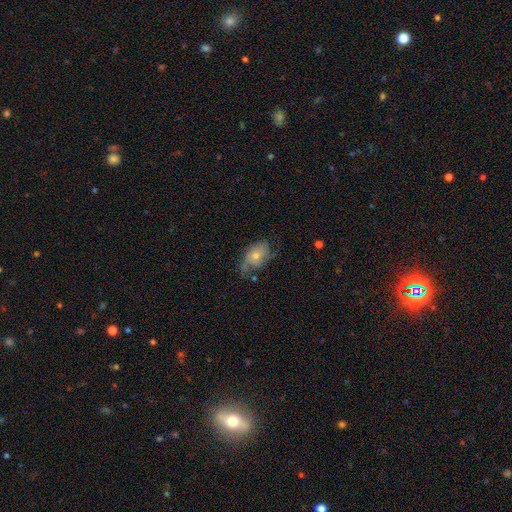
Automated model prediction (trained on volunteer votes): This is possibly a featured or disk galaxy (58%). It is clearly not viewed edge-on (95%). Bar: likely no (79%). Spiral arm pattern: likely yes (79%). Central bulge: possibly small (55%). Merging: possibly none (52%).